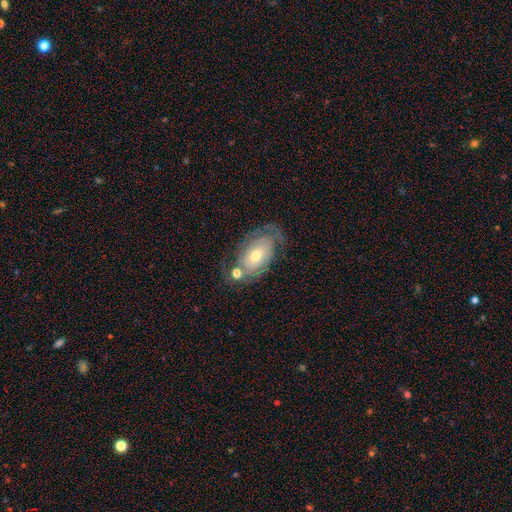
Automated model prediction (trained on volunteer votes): This is likely a featured or disk galaxy (71%). It is clearly not viewed edge-on (94%). Bar: likely no (72%). Spiral arm pattern: clearly yes (84%). Spiral arm count: possibly 2 (54%). Spiral winding: likely tight (61%). Central bulge: possibly moderate (57%). Merging: possibly none (55%).